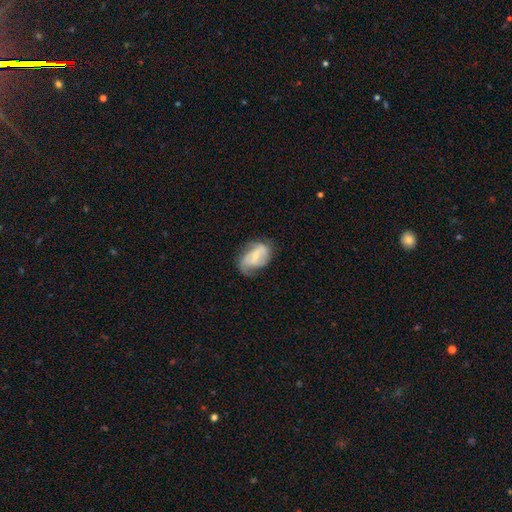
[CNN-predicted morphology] The model was most divided on "merging": none: 44%, minor disturbance: 34%, major disturbance: 20%, merger: 2%. Remaining: edge-on disk — no (96%); spiral arms — yes (72%); smooth or featured — featured or disk (58%); bulge size — small (54%); bar — weak (42%).